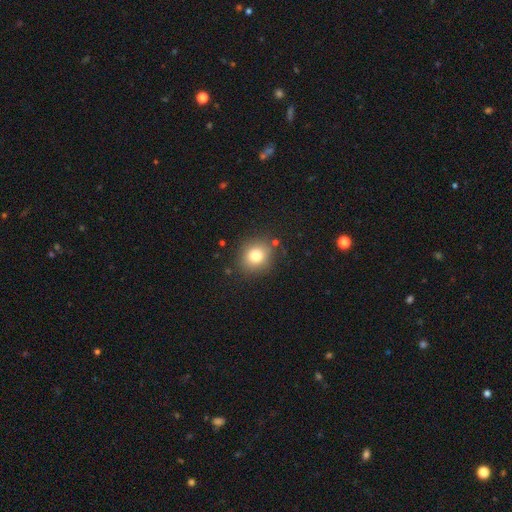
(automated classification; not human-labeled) smooth-or-featured: smooth: 79% | star or artifact: 12% | featured or disk: 9%
  how-rounded: round: 77% | in between: 22% | cigar-shaped: 1%
  merging: none: 85% | minor disturbance: 9% | major disturbance: 3% | merger: 3%